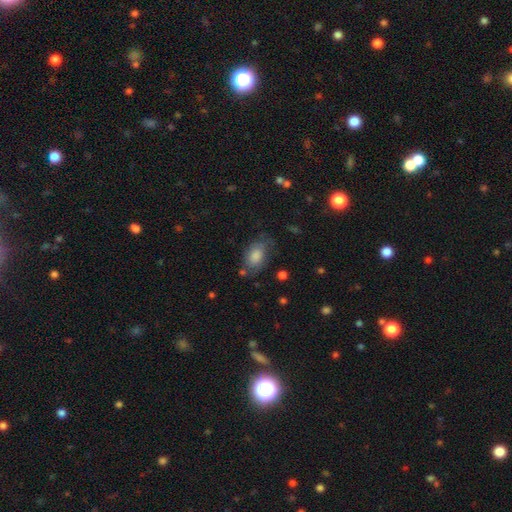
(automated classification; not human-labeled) Morphology: type=smooth (77%); roundness=in between (89%); merging=none (61%).